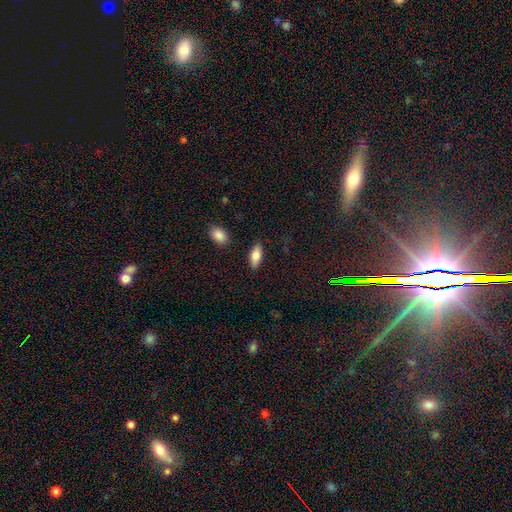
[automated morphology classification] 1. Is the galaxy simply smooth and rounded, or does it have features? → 81% smooth, 13% featured or disk, 6% star or artifact.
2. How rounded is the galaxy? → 80% in between, 17% cigar-shaped, 2% round.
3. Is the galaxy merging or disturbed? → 86% none, 10% minor disturbance, 2% major disturbance, 2% merger.